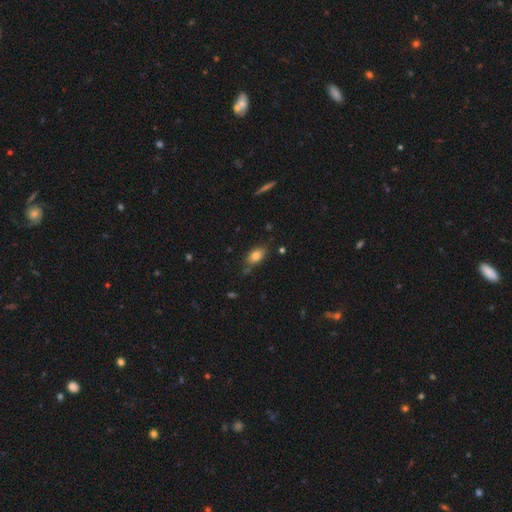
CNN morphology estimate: Smooth or featured?
  - smooth: 81% *
  - featured or disk: 10%
  - star or artifact: 9%
How rounded?
  - in between: 87% *
  - round: 9%
  - cigar-shaped: 4%
Merging?
  - none: 76% *
  - minor disturbance: 16%
  - merger: 4%
  - major disturbance: 4%